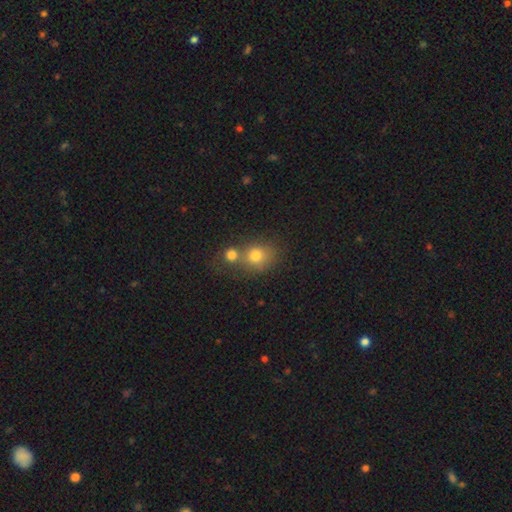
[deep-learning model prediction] This is likely a smooth galaxy (76%). How rounded: likely round (70%). Merging: marginally merger (44%).